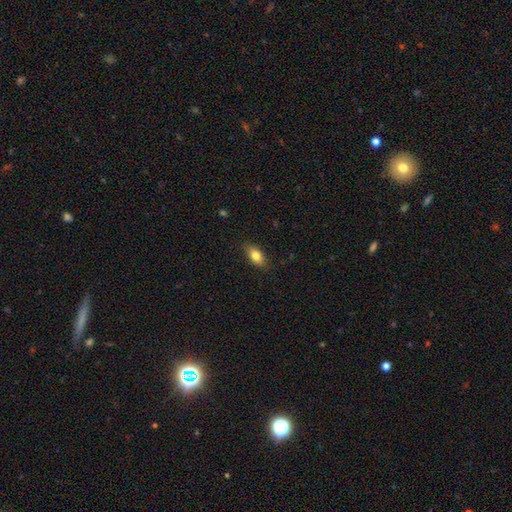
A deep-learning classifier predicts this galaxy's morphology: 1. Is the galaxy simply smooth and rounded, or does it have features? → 80% smooth, 13% featured or disk, 7% star or artifact.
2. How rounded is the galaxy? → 85% in between, 10% cigar-shaped, 5% round.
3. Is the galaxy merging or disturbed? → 84% none, 13% minor disturbance, 3% major disturbance, 1% merger.